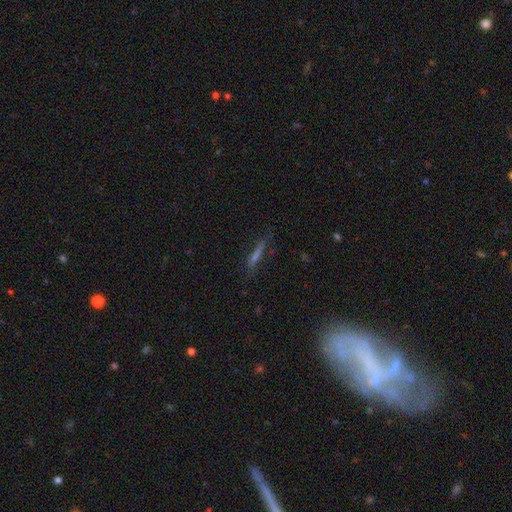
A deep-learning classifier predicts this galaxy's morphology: Overall: smooth (43%; featured or disk 39%). Merging: none (76%).